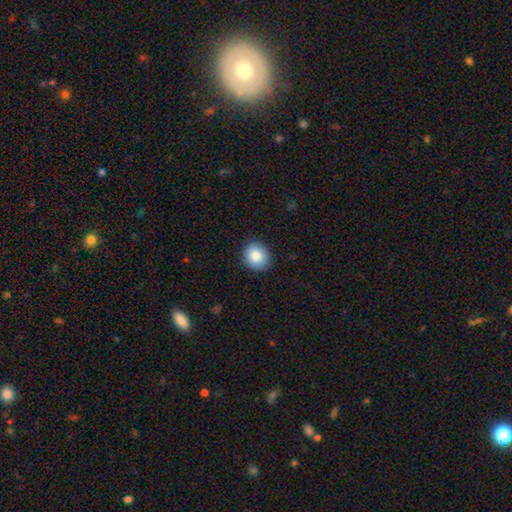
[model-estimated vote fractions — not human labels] The model was most divided on "how rounded": round: 75%, in between: 24%, cigar-shaped: 1%. More confident: merging — none (88%); smooth or featured — smooth (86%).